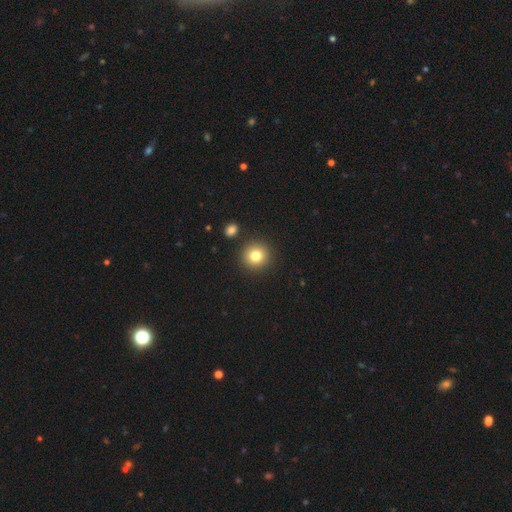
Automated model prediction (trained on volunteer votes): This is clearly a smooth galaxy (80%). How rounded: clearly round (93%). Merging: clearly none (89%).